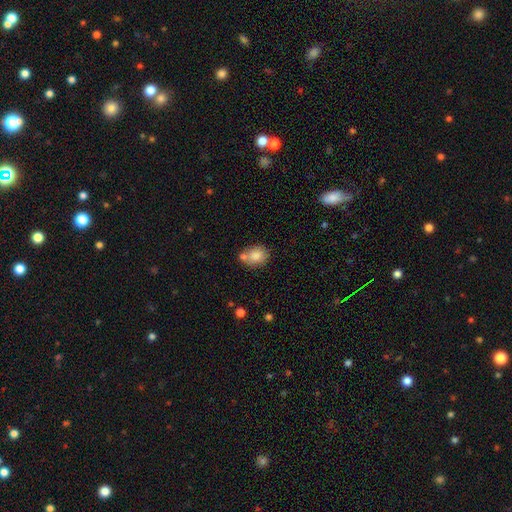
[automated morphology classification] This is clearly a smooth galaxy (81%). How rounded: possibly in between (54%). Merging: possibly none (57%).